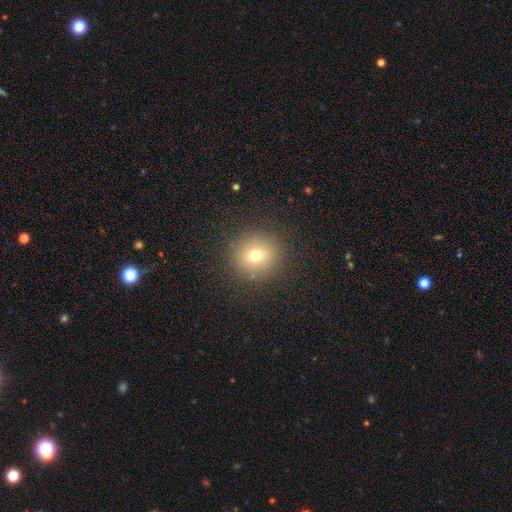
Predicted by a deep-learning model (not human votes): Smooth or featured?
  - smooth: 71% *
  - star or artifact: 17%
  - featured or disk: 12%
How rounded?
  - round: 92% *
  - in between: 8%
  - cigar-shaped: 1%
Merging?
  - none: 88% *
  - minor disturbance: 7%
  - major disturbance: 3%
  - merger: 1%